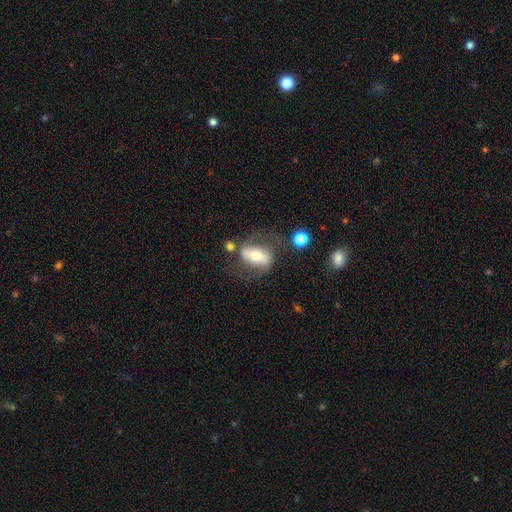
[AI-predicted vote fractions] The model was most divided on "smooth or featured": featured or disk: 55%, smooth: 37%, star or artifact: 8%. More confident: edge-on disk — no (87%); merging — none (54%).